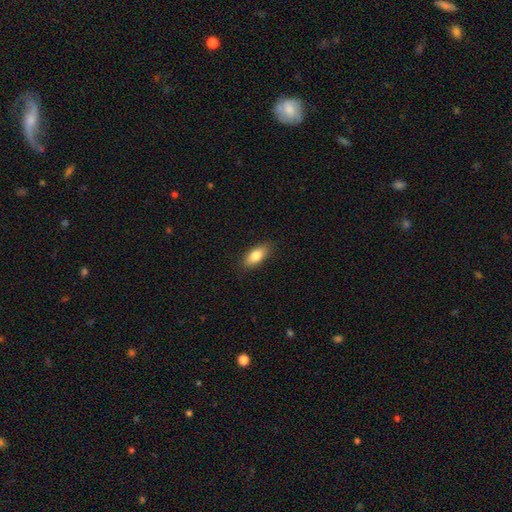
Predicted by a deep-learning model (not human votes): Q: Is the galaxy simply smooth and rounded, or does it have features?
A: smooth — 81%.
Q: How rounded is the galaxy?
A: in between — 84%.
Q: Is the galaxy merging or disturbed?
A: none — 87%.